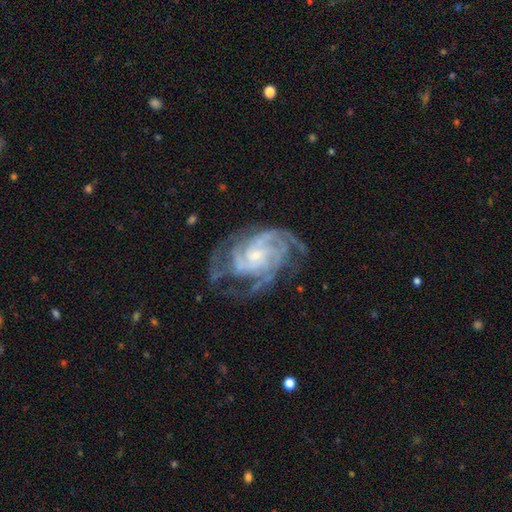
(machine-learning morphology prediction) A featured or disk galaxy (89%) with no bar (66%), 4 (26%) tight (59%) spiral arms (97%) and a small central bulge (68%).

Vote fractions:
- Smooth or featured? featured or disk: 89% / star or artifact: 6% / smooth: 5%
- Edge-on disk? no: 97% / yes: 3%
- Bar? no: 66% / weak: 27% / strong: 6%
- Spiral arms? yes: 97% / no: 3%
- Spiral winding? tight: 59% / medium: 34% / loose: 7%
- Spiral arm count? 4: 26% / 3: 24% / can't tell: 22% / 2: 14% / more than 4: 8% / 1: 7%
- Bulge size? small: 68% / moderate: 23% / none: 5% / large: 3% / dominant: 1%
- Merging? none: 63% / minor disturbance: 20% / major disturbance: 15% / merger: 2%